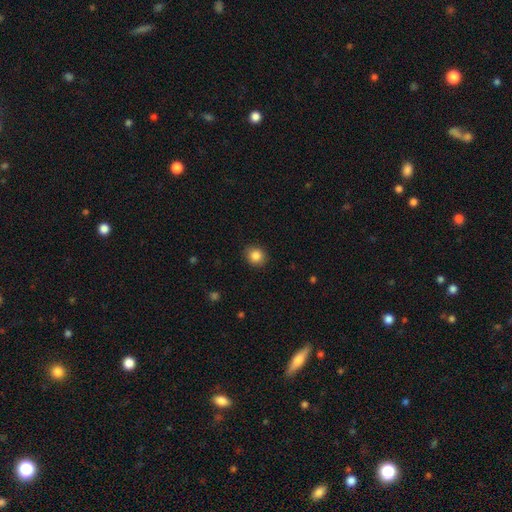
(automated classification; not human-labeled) Smooth or featured: smooth — 86% (star or artifact — 10%)
How rounded: round — 80% (in between — 19%)
Merging: none — 89% (minor disturbance — 8%)